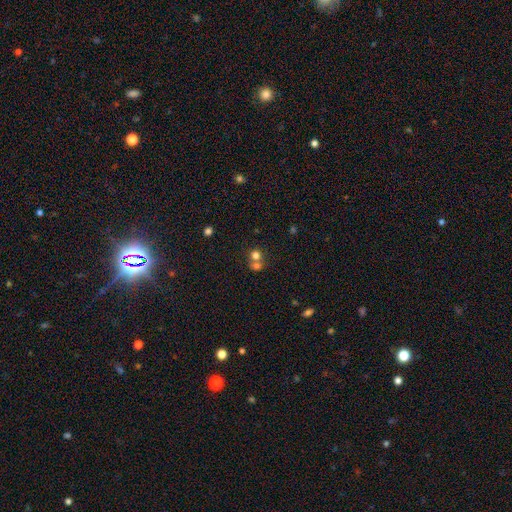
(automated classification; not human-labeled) The model was most divided on "merging": merger: 53%, none: 39%, minor disturbance: 5%, major disturbance: 3%. More confident: how rounded — round (82%); smooth or featured — smooth (73%).